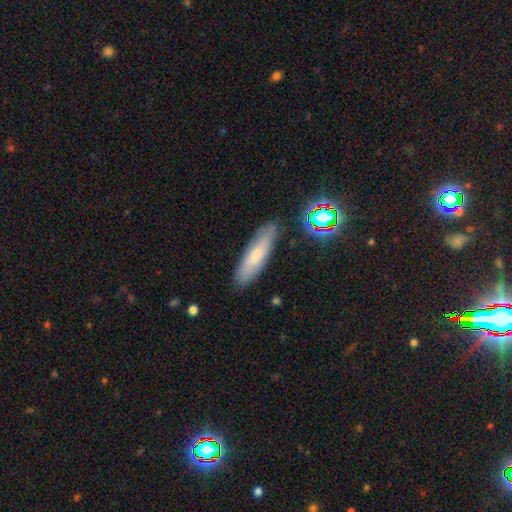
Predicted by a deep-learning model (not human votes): A smooth galaxy with no disk features (70%) that is cigar-shaped (65%). Merging: none (83%).